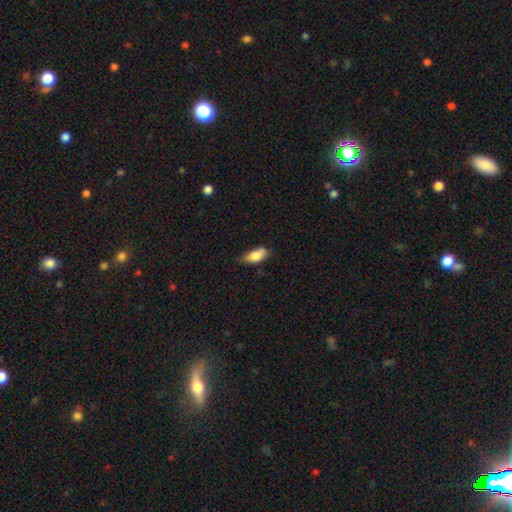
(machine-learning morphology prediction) The model was most divided on "merging": none: 56%, minor disturbance: 34%, major disturbance: 7%, merger: 3%. More confident: how rounded — in between (85%); smooth or featured — smooth (81%).